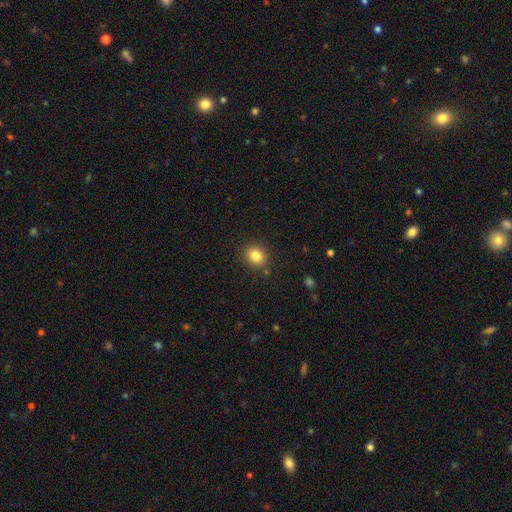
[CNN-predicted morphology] This appears to be a smooth galaxy with no disk features (83%) that is round (72%). Merging: none (88%).